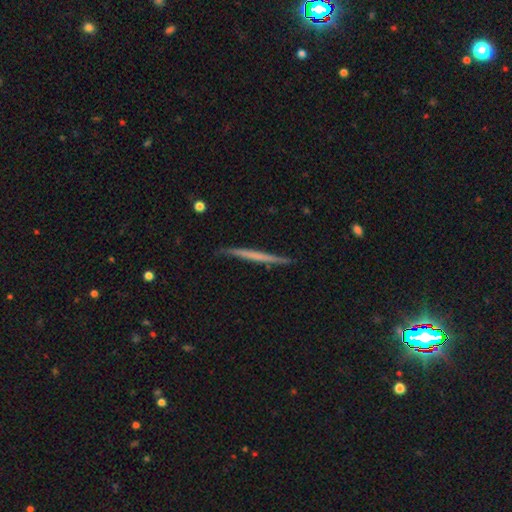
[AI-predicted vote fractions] This is possibly a featured or disk galaxy (51%). It is clearly viewed edge-on (97%). Merging: clearly none (88%).